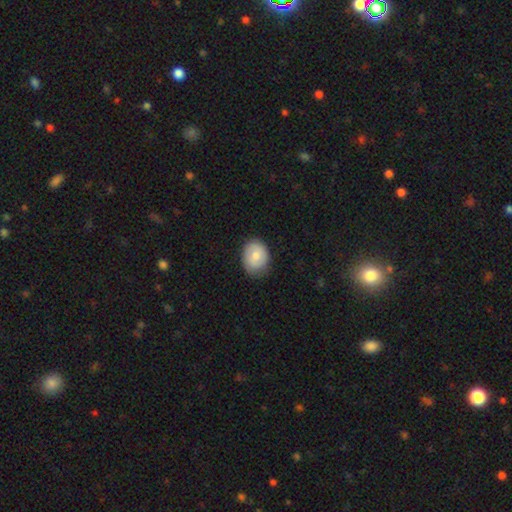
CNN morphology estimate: smooth_or_featured: smooth (p=0.70) [alt: featured or disk p=0.24]
how_rounded: round (p=0.52) [alt: in between p=0.47]
merging: none (p=0.78) [alt: minor disturbance p=0.18]